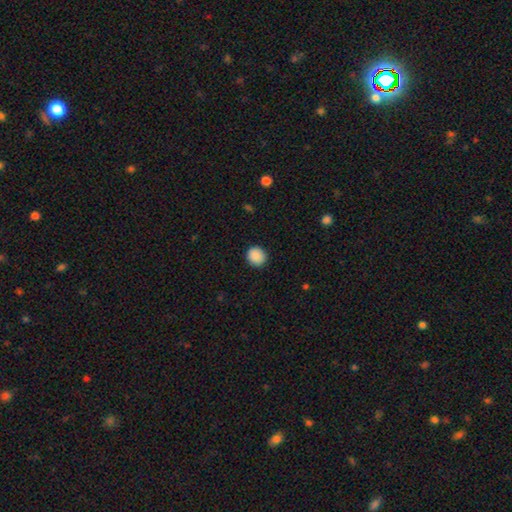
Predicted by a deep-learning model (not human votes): Smooth or featured: smooth — 90% (star or artifact — 8%)
How rounded: round — 88% (in between — 11%)
Merging: none — 90% (minor disturbance — 7%)